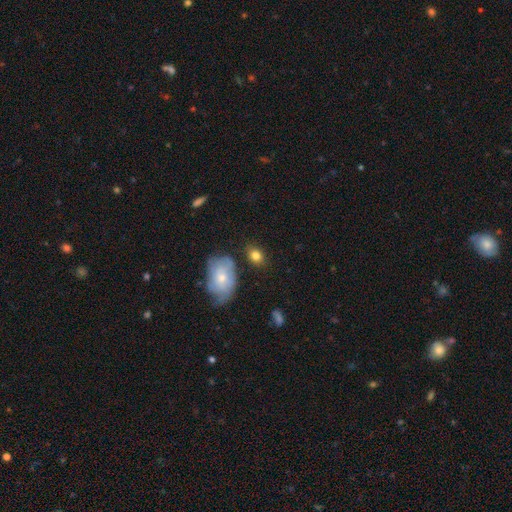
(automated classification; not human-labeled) Morphology: type=smooth (79%); roundness=in between (66%); merging=none (72%).